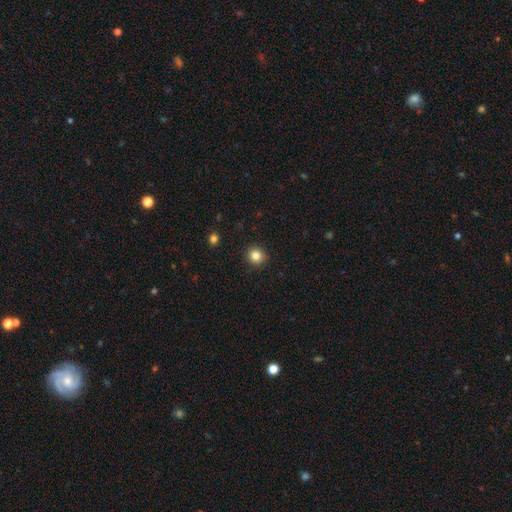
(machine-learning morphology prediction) Smooth or featured: smooth — 83% (star or artifact — 11%)
How rounded: round — 90% (in between — 9%)
Merging: none — 91% (minor disturbance — 6%)